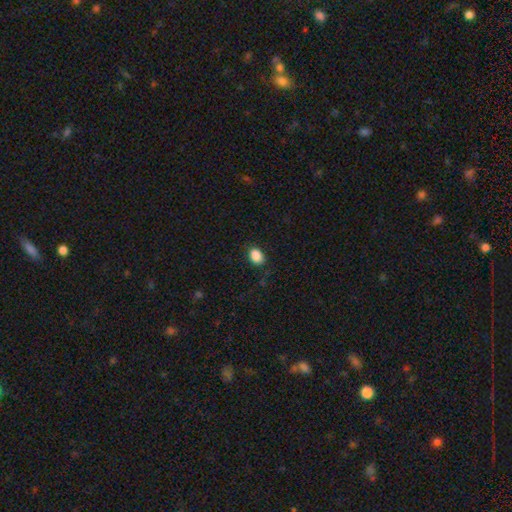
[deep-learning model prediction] Smooth or featured? Predicted: smooth (p=0.87). How rounded? Predicted: in between (p=0.73). Merging? Predicted: none (p=0.83).